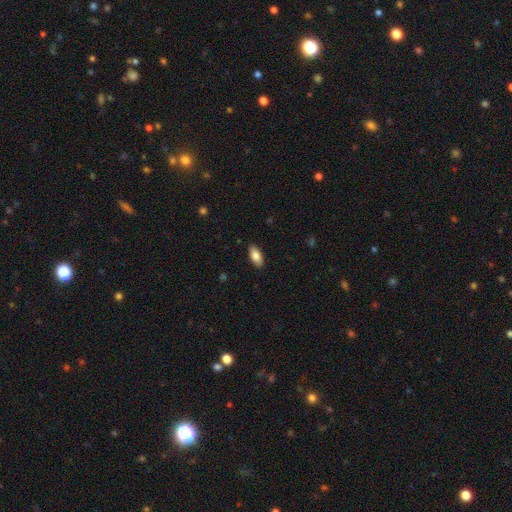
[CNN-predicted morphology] smooth_or_featured: smooth (p=0.83) [alt: featured or disk p=0.11]
how_rounded: in between (p=0.90) [alt: cigar-shaped p=0.07]
merging: none (p=0.89) [alt: minor disturbance p=0.09]